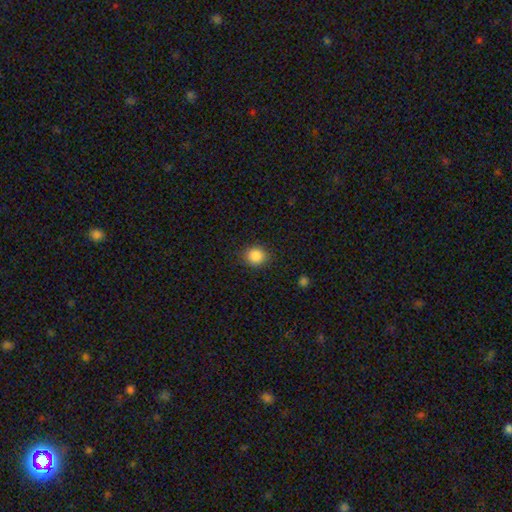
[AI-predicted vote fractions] Smooth or featured?
  - smooth: 87% *
  - star or artifact: 10%
  - featured or disk: 4%
How rounded?
  - round: 82% *
  - in between: 17%
  - cigar-shaped: 1%
Merging?
  - none: 88% *
  - minor disturbance: 9%
  - major disturbance: 2%
  - merger: 1%